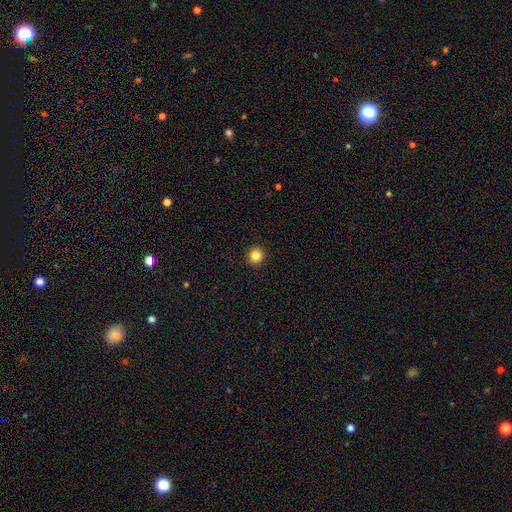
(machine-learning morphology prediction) This is clearly a smooth galaxy (84%). How rounded: clearly round (94%). Merging: clearly none (94%).